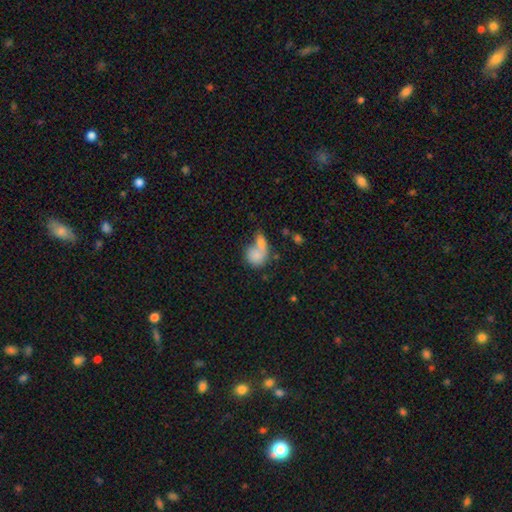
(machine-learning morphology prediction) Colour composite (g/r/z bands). It shows a smooth galaxy with no disk features (79%) that is round (52%). Merging: merger (57%).